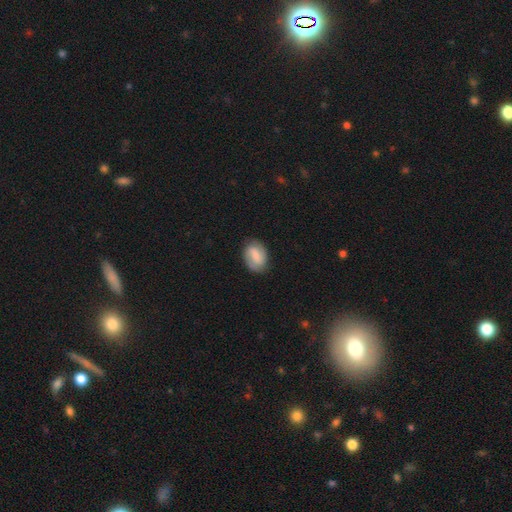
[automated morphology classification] smooth_or_featured: smooth (p=0.60) [alt: featured or disk p=0.33]
how_rounded: in between (p=0.79) [alt: round p=0.20]
merging: none (p=0.79) [alt: minor disturbance p=0.15]